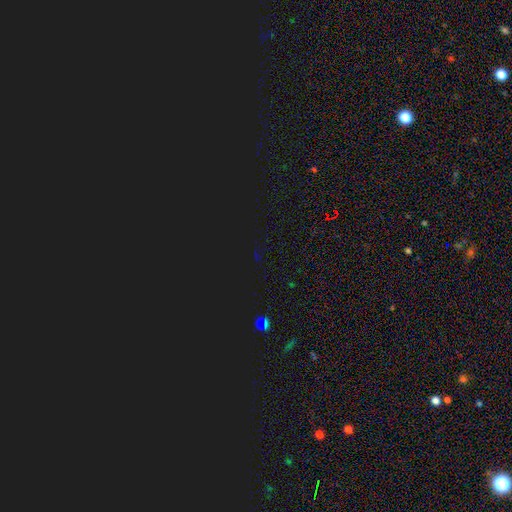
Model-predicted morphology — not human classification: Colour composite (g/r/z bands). It shows a star or artifact, not a galaxy (80%).